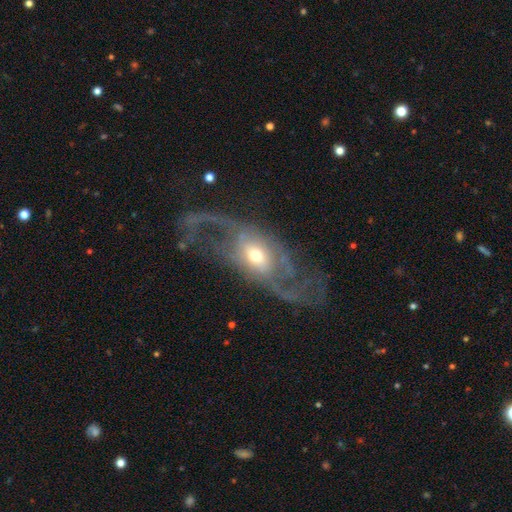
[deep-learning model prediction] Smooth or featured?
  - featured or disk: 78% *
  - smooth: 16%
  - star or artifact: 6%
Edge-on disk?
  - no: 91% *
  - yes: 9%
Bar?
  - no: 65% *
  - weak: 25%
  - strong: 10%
Spiral arms?
  - yes: 75% *
  - no: 25%
Spiral winding?
  - loose: 45% *
  - medium: 36%
  - tight: 19%
Spiral arm count?
  - 2: 58% *
  - can't tell: 22%
  - 1: 8%
  - 3: 6%
  - 4: 3%
  - more than 4: 3%
Bulge size?
  - moderate: 52% *
  - small: 39%
  - large: 6%
  - dominant: 2%
  - none: 1%
Merging?
  - none: 45% *
  - major disturbance: 35%
  - minor disturbance: 16%
  - merger: 3%